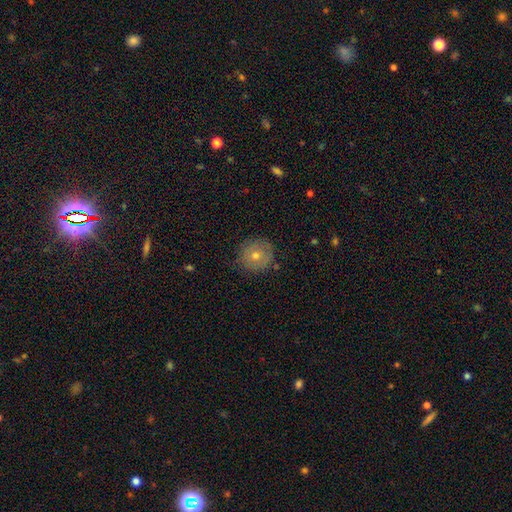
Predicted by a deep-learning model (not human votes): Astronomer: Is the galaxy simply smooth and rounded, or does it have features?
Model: smooth — 62%.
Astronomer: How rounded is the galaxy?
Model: round — 93%.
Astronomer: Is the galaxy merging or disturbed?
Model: none — 85%.